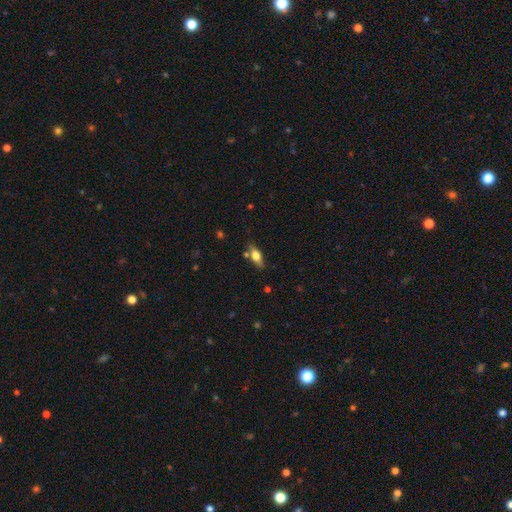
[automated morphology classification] A smooth galaxy with no disk features (65%) that is in between round and cigar-shaped (76%). Merging: none (73%).